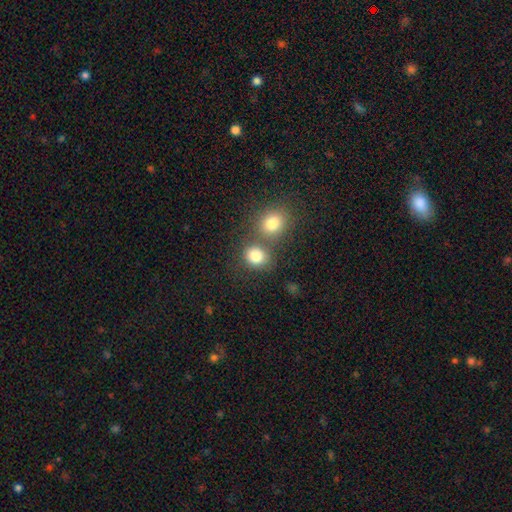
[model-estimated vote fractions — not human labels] Smooth or featured: smooth — 82% (star or artifact — 12%)
How rounded: round — 75% (in between — 24%)
Merging: none — 55% (merger — 33%)